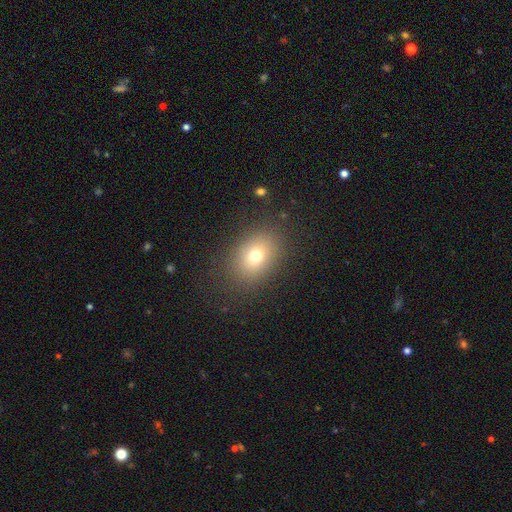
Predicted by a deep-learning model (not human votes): The model was most divided on "how rounded": in between: 62%, round: 37%, cigar-shaped: 1%. More confident: merging — none (84%); smooth or featured — smooth (72%).